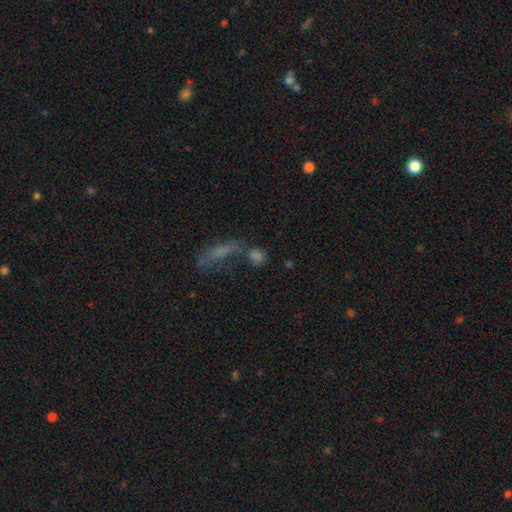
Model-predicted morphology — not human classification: Smooth or featured: smooth — 63% (star or artifact — 22%)
How rounded: in between — 47% (round — 34%)
Merging: none — 44% (merger — 34%)